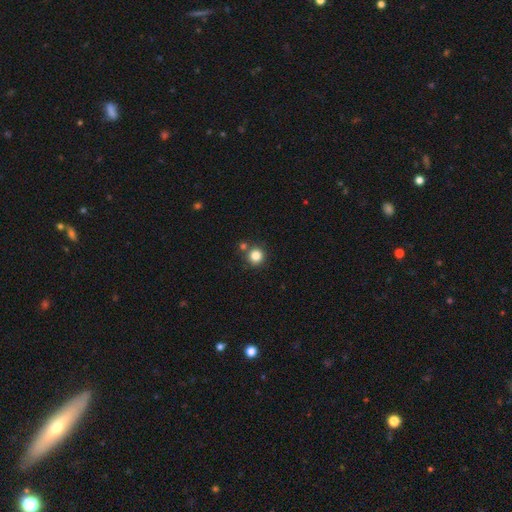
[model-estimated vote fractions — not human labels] Smooth or featured: smooth — 83% (star or artifact — 12%)
How rounded: round — 93% (in between — 6%)
Merging: none — 76% (merger — 13%)